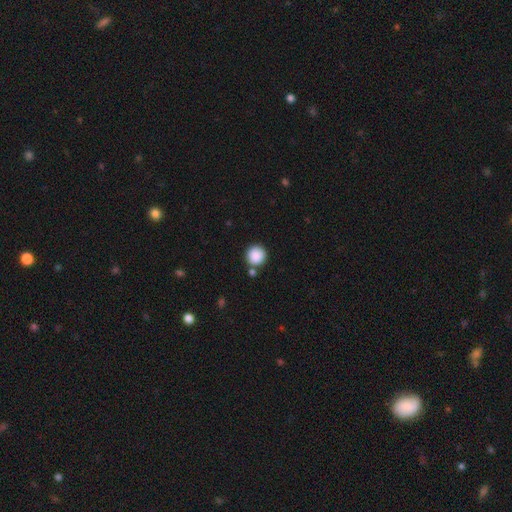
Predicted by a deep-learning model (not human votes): Overall: smooth (88%). How rounded: round (94%). Merging: none (79%).